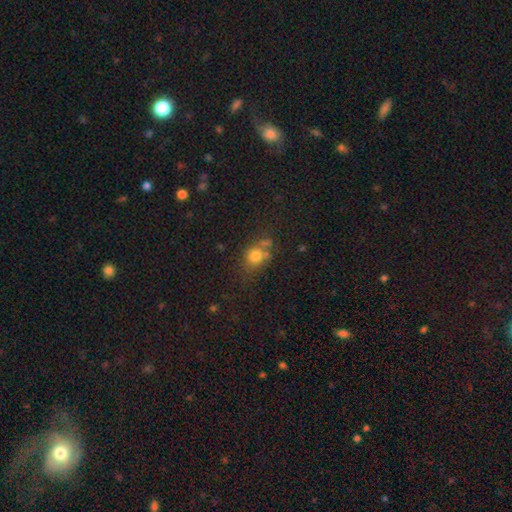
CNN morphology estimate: A smooth galaxy with no disk features (76%) that is round (70%).

Vote fractions:
- Smooth or featured? smooth: 76% / star or artifact: 14% / featured or disk: 10%
- How rounded? round: 70% / in between: 29% / cigar-shaped: 1%
- Merging? none: 51% / merger: 21% / minor disturbance: 19% / major disturbance: 9%